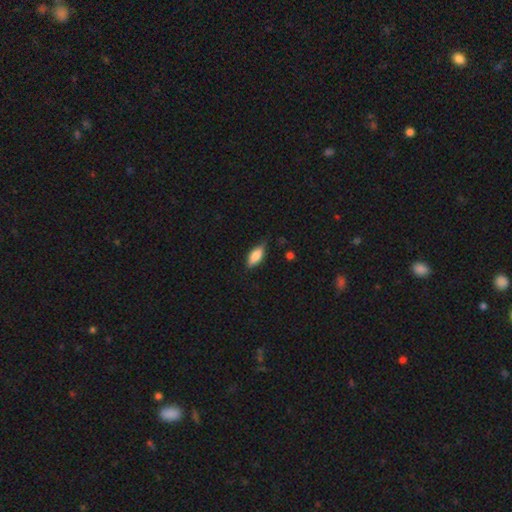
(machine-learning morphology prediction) smooth 78%, featured or disk 16%, star or artifact 6%. Down the decision tree: how rounded — in between (78%); merging — none (74%).